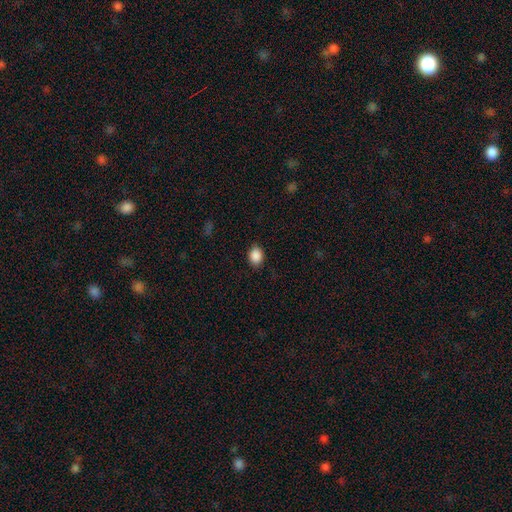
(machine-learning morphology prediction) smooth-or-featured: smooth: 88% | star or artifact: 9% | featured or disk: 3%
  how-rounded: in between: 56% | round: 43% | cigar-shaped: 1%
  merging: none: 87% | minor disturbance: 10% | major disturbance: 3% | merger: 1%